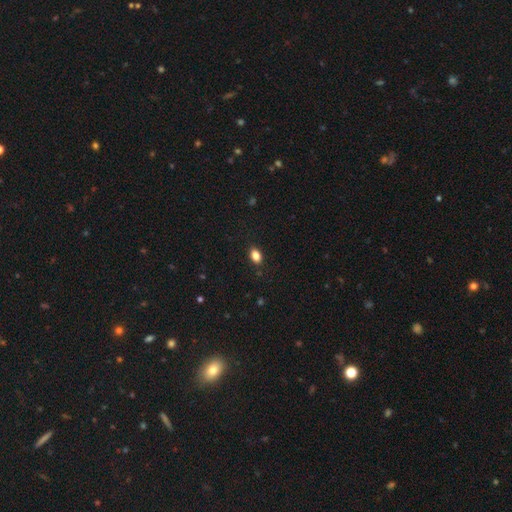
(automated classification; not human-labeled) smooth-or-featured: smooth: 85% | star or artifact: 10% | featured or disk: 5%
  how-rounded: in between: 84% | round: 14% | cigar-shaped: 2%
  merging: none: 87% | minor disturbance: 9% | major disturbance: 2% | merger: 1%